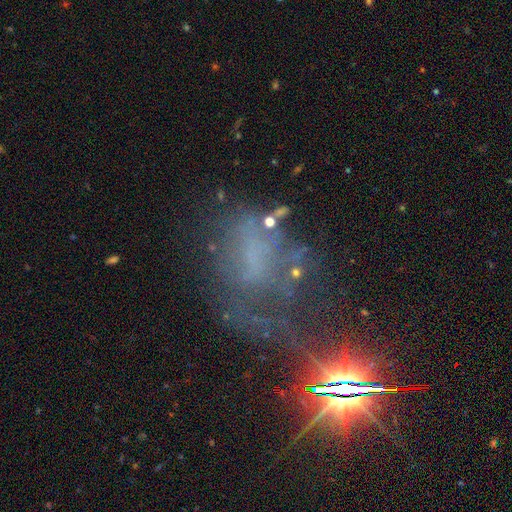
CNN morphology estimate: This appears to be a star or artifact, not a galaxy (48%).